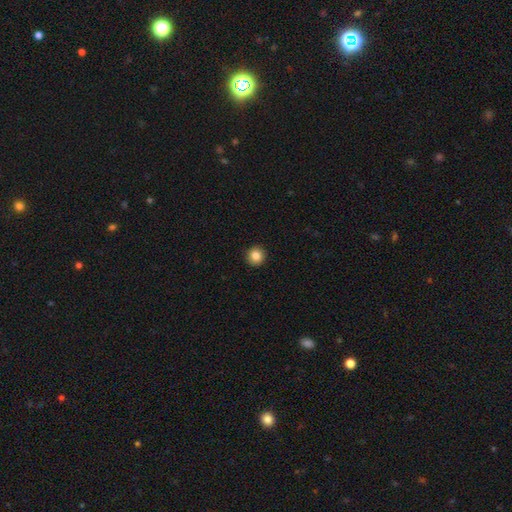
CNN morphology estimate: Overall: smooth (85%). How rounded: round (93%). Merging: none (93%).